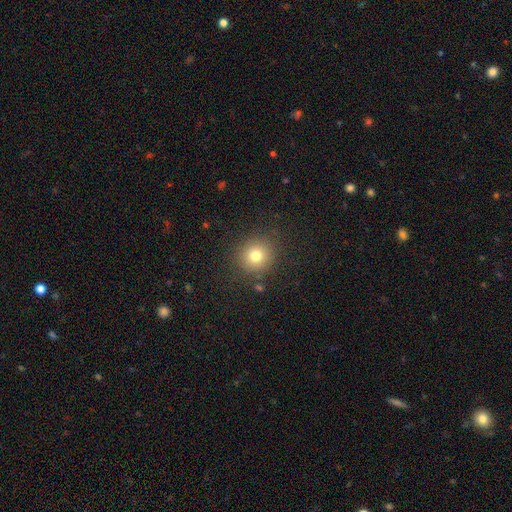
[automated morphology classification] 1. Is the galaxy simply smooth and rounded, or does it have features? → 77% smooth, 14% star or artifact, 9% featured or disk.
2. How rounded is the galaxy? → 91% round, 8% in between, 1% cigar-shaped.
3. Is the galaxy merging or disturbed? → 87% none, 8% minor disturbance, 3% major disturbance, 2% merger.